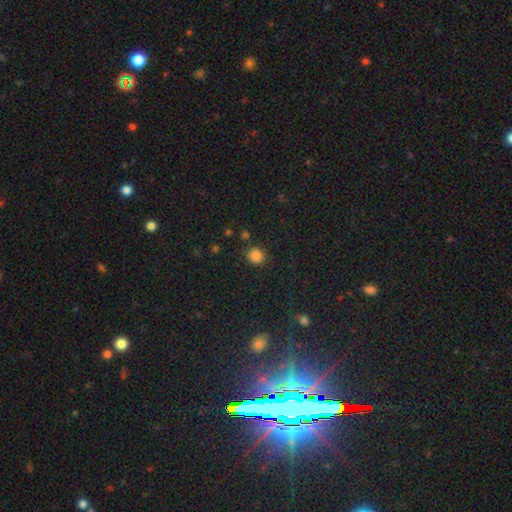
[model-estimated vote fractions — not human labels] Morphology: type=smooth (83%); roundness=round (83%); merging=none (84%).